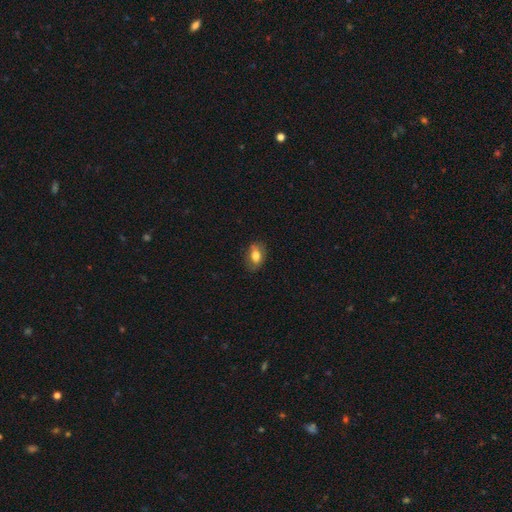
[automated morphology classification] type=smooth (70%); roundness=in between (84%); merging=none (78%).